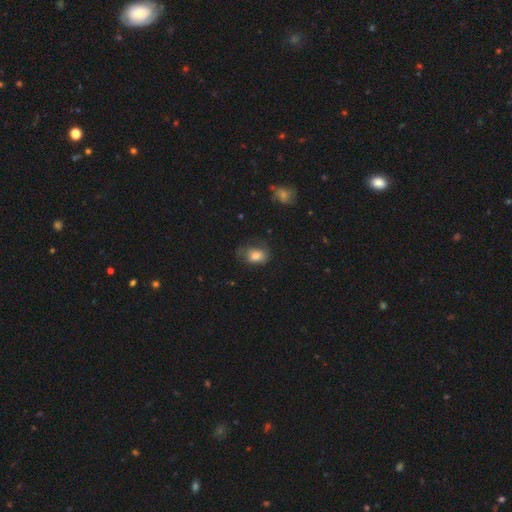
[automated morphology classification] type=smooth (75%); roundness=in between (74%); merging=none (50%).